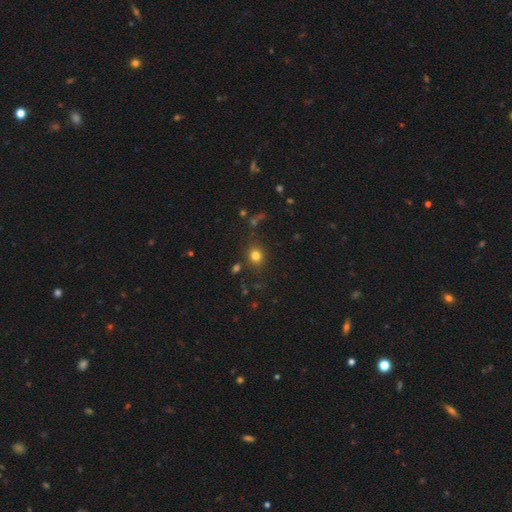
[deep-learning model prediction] A smooth galaxy with no disk features (79%) that is round (74%).

Vote fractions:
- Smooth or featured? smooth: 79% / star or artifact: 15% / featured or disk: 7%
- How rounded? round: 74% / in between: 25% / cigar-shaped: 1%
- Merging? none: 82% / minor disturbance: 10% / merger: 4% / major disturbance: 4%